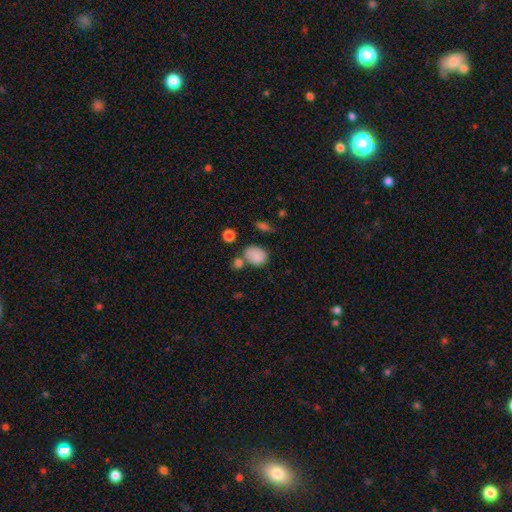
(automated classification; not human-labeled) Morphology: type=smooth (84%); roundness=in between (67%); merging=none (57%).